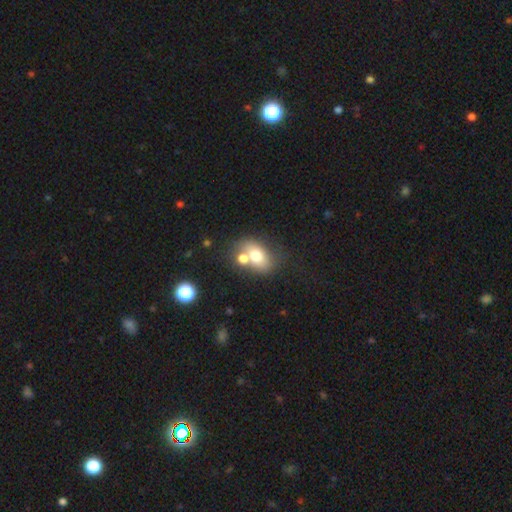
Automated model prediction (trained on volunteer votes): Smooth or featured? smooth (68%)
How rounded? in between (68%)
Merging? merger (42%)